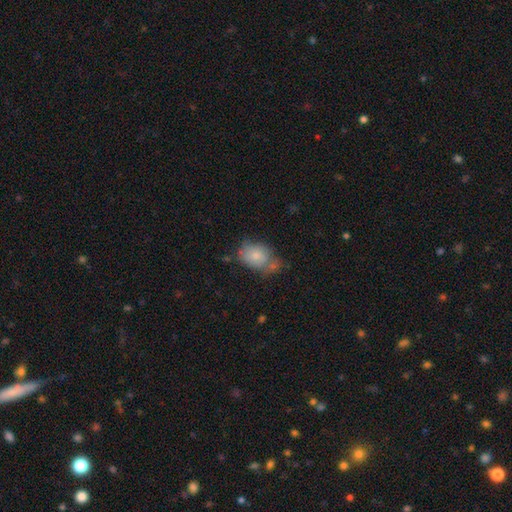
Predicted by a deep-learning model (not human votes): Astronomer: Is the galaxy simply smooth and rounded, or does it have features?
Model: smooth — 78%.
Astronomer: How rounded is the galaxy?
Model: in between — 72%.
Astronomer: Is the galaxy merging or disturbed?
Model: none — 43% (runner-up: minor disturbance, 25%).